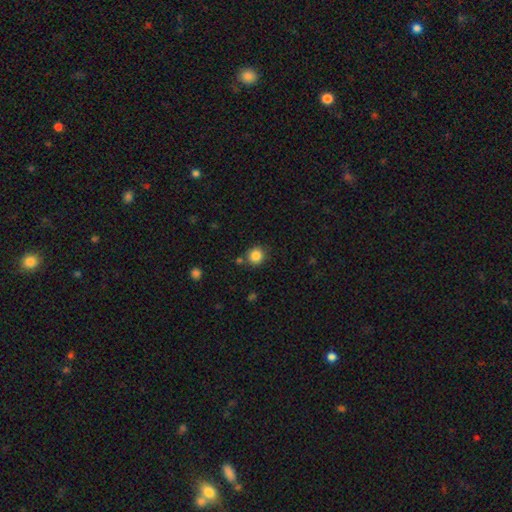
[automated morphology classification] This is clearly a smooth galaxy (85%). How rounded: clearly round (90%). Merging: clearly none (81%).